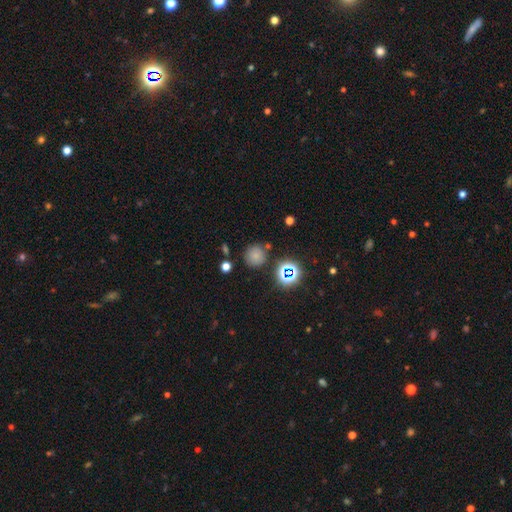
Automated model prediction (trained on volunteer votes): The model was most divided on "smooth or featured": smooth: 72%, star or artifact: 21%, featured or disk: 7%. More confident: how rounded — round (92%); merging — none (80%).